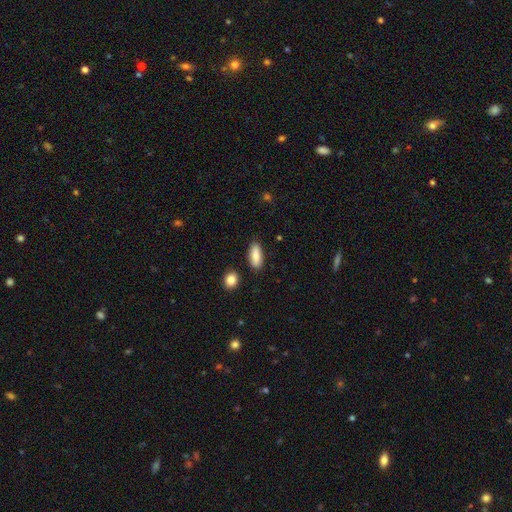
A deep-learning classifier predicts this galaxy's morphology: smooth_or_featured: smooth (p=0.85) [alt: featured or disk p=0.09]
how_rounded: in between (p=0.78) [alt: cigar-shaped p=0.20]
merging: none (p=0.84) [alt: minor disturbance p=0.11]